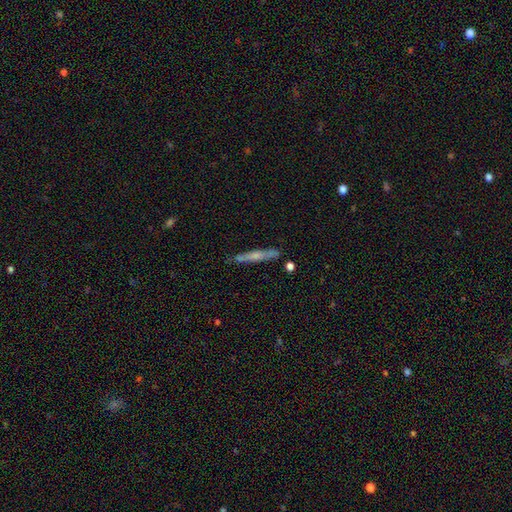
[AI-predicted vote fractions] Morphology: type=featured or disk (47%); merging=none (83%).